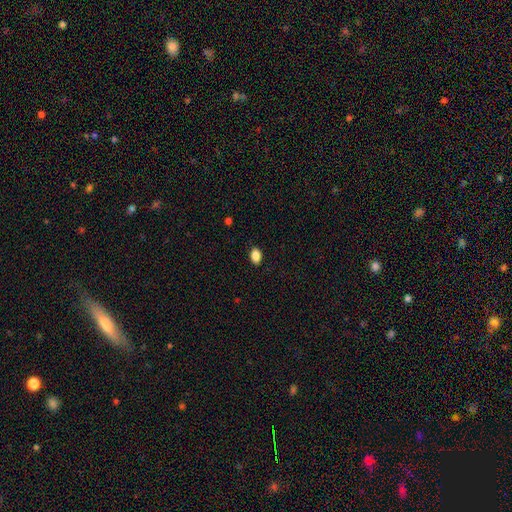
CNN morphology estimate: A smooth galaxy with no disk features (87%) that is in between round and cigar-shaped (85%). Merging: none (88%).